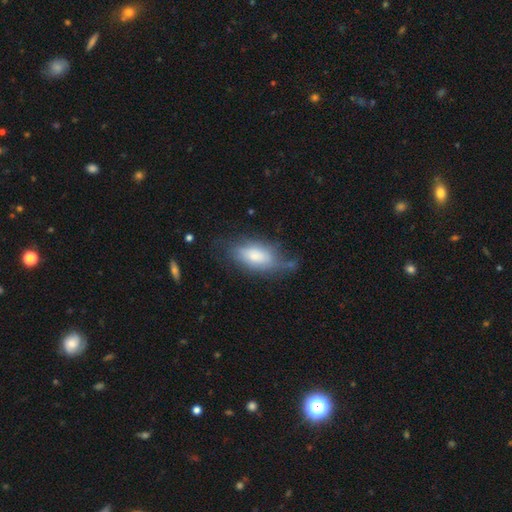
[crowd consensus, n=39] Smooth or featured: smooth — 59% (featured or disk — 33%)
How rounded: in between — 91% (round — 4%)
Merging: none — 47% (minor disturbance — 33%)